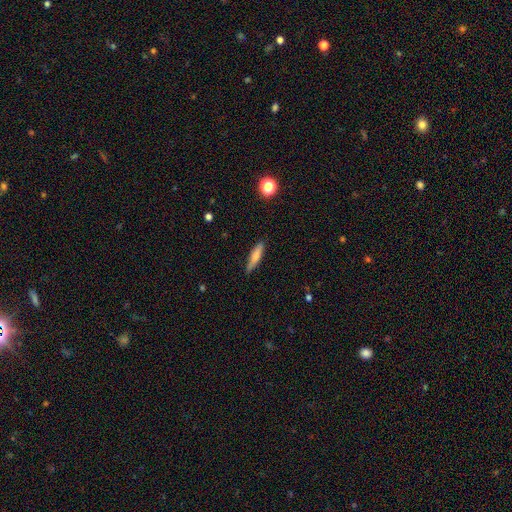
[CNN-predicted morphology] This is likely a smooth galaxy (68%). How rounded: likely cigar-shaped (80%). Merging: clearly none (83%).